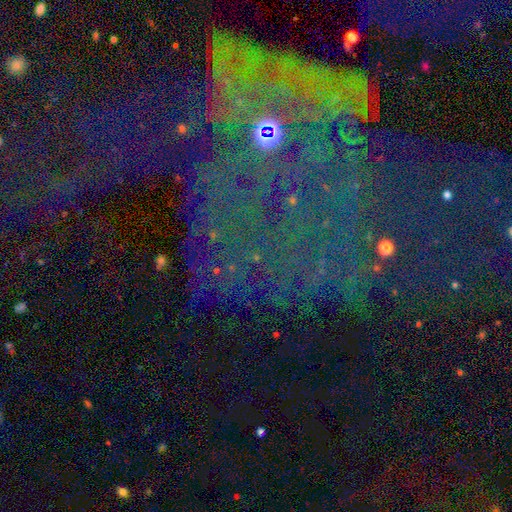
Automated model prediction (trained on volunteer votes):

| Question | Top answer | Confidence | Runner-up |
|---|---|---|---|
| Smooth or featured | star or artifact | 62% | featured or disk (24%) |